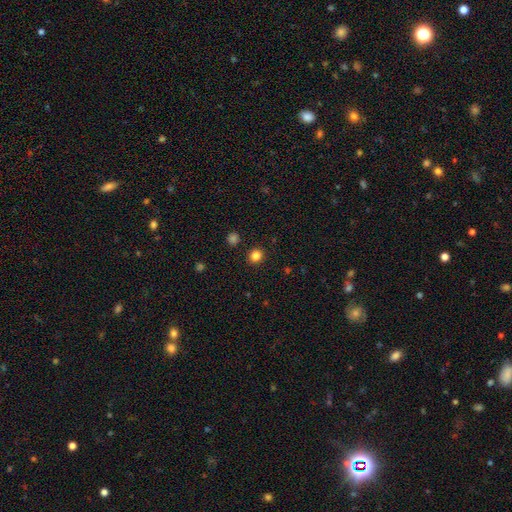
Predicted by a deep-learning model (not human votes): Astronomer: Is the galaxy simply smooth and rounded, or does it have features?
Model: smooth — 83%.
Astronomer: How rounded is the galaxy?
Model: round — 83%.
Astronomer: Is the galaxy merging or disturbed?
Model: none — 91%.